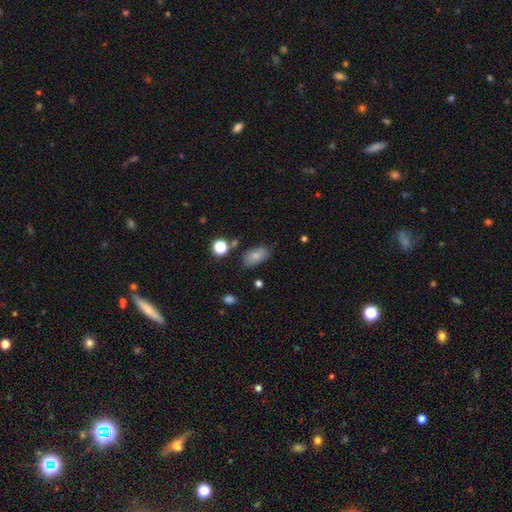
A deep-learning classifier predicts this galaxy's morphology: This is clearly a smooth galaxy (81%). How rounded: clearly in between (90%). Merging: likely none (74%).